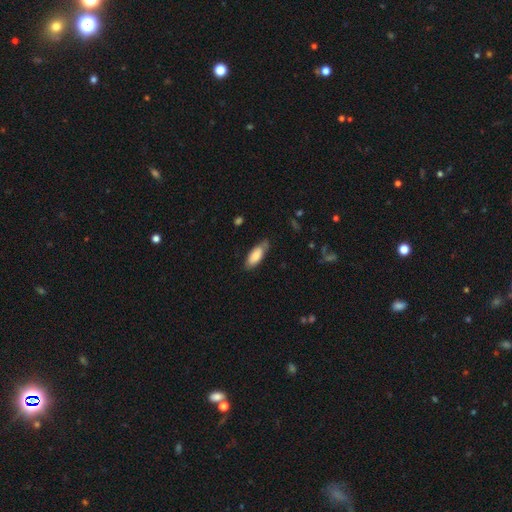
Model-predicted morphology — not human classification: Smooth or featured? smooth (80%)
How rounded? in between (77%)
Merging? none (68%)